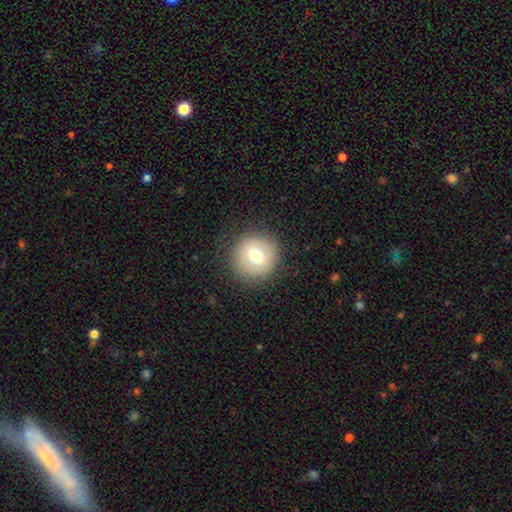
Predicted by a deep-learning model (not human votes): Smooth or featured: smooth — 69% (featured or disk — 20%)
How rounded: round — 94% (in between — 5%)
Merging: none — 88% (minor disturbance — 7%)